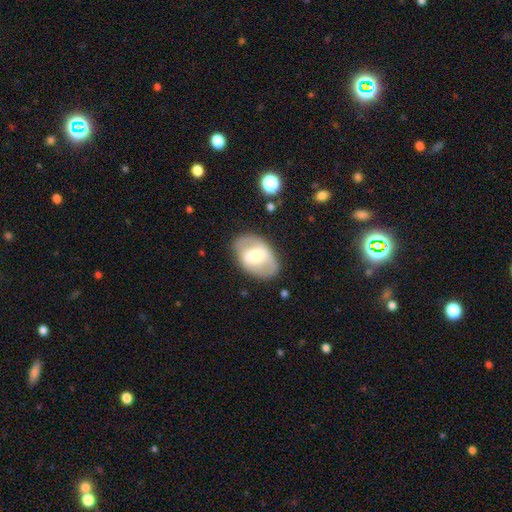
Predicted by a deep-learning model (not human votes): A featured or disk galaxy (52%). Merging: none (78%).